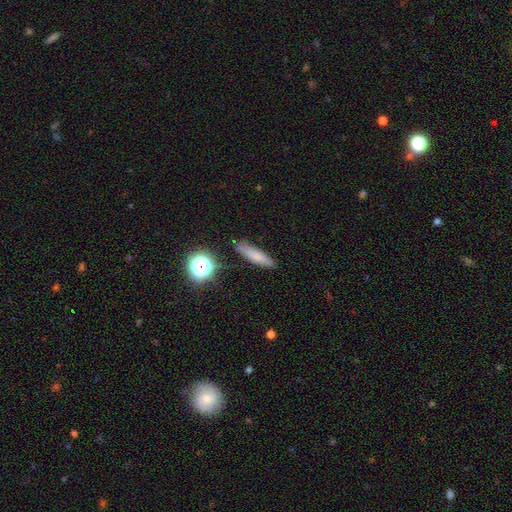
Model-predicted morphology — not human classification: This is likely a smooth galaxy (71%). How rounded: likely cigar-shaped (75%). Merging: likely none (80%).